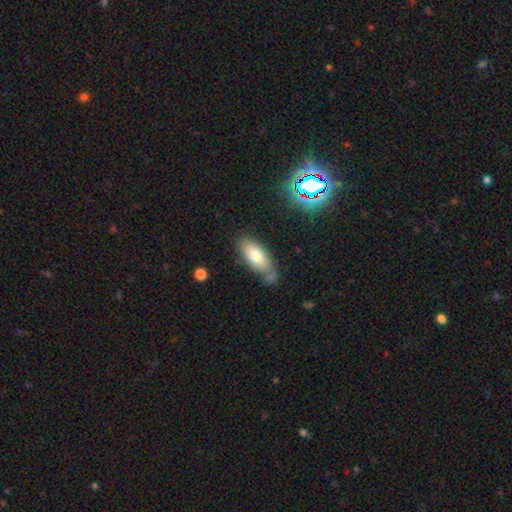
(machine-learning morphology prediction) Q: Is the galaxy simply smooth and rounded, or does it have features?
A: smooth — 74%.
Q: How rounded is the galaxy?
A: in between — 82%.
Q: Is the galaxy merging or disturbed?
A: none — 60%.